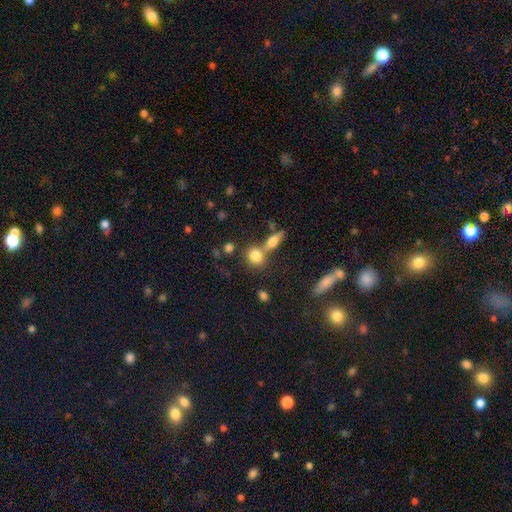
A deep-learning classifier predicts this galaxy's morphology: smooth_or_featured: smooth (p=0.79) [alt: featured or disk p=0.11]
how_rounded: round (p=0.59) [alt: in between p=0.37]
merging: none (p=0.46) [alt: merger p=0.40]